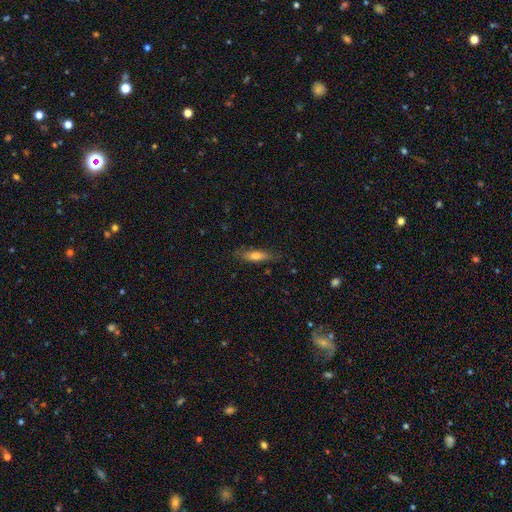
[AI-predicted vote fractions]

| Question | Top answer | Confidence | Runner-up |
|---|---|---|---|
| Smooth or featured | smooth | 65% | featured or disk (28%) |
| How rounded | cigar-shaped | 61% | in between (37%) |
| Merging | none | 79% | minor disturbance (16%) |